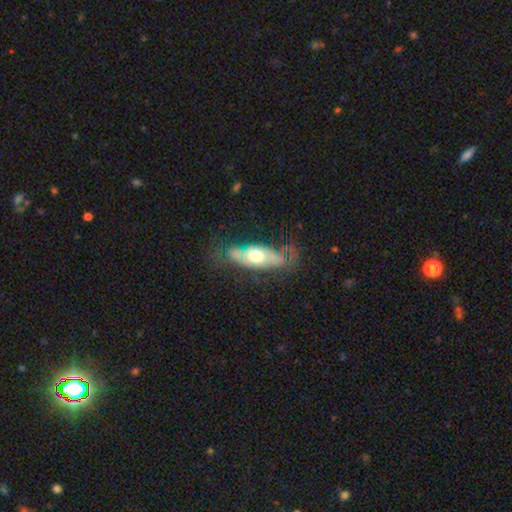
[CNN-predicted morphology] smooth-or-featured: featured or disk: 52% | smooth: 40% | star or artifact: 7%
  disk-edge-on: no: 68% | yes: 32%
  merging: none: 53% | minor disturbance: 27% | major disturbance: 18% | merger: 3%